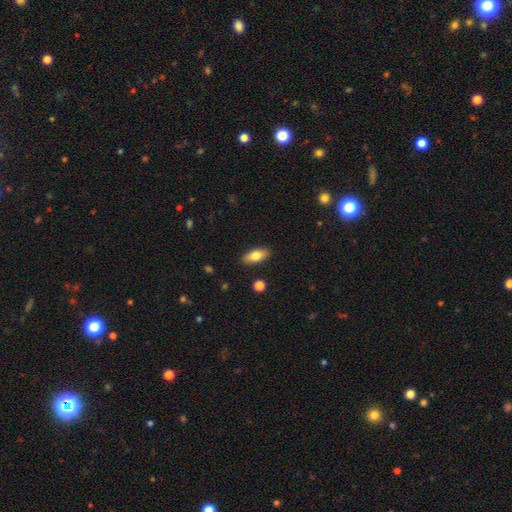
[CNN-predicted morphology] Smooth or featured? Predicted: smooth (p=0.79). How rounded? Predicted: in between (p=0.86). Merging? Predicted: none (p=0.88).